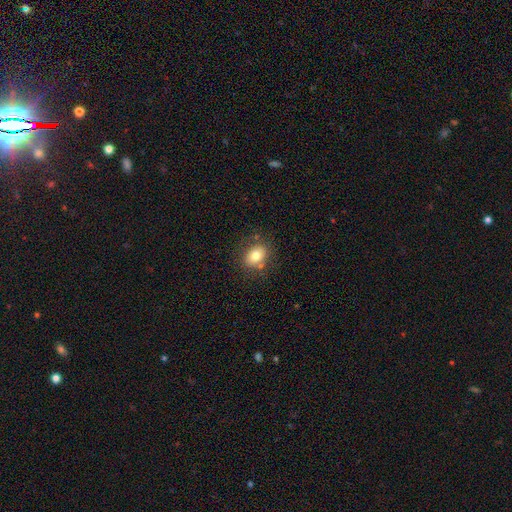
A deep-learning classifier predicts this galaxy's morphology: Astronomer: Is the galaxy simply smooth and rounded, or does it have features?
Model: smooth — 76%.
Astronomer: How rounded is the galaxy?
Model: in between — 54% (runner-up: round, 45%).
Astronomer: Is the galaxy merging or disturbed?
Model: none — 76%.